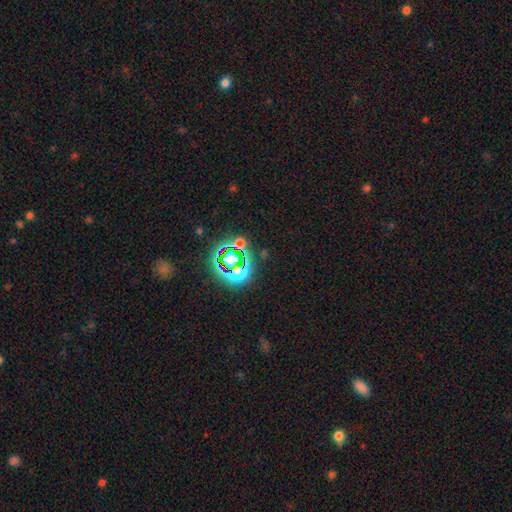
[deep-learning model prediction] smooth-or-featured: star or artifact: 77% | smooth: 15% | featured or disk: 8%